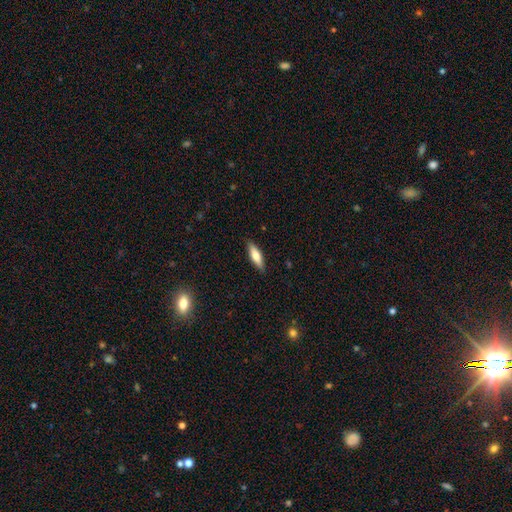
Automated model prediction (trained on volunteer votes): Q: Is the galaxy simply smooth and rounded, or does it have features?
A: smooth — 69%.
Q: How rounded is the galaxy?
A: cigar-shaped — 56%.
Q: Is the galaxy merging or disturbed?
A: none — 88%.